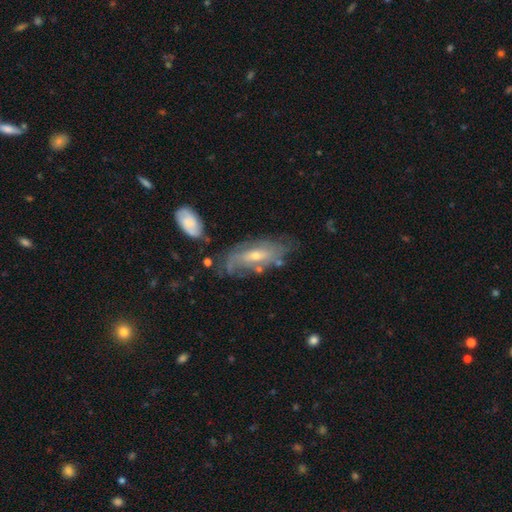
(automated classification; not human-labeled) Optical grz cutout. It shows a featured or disk galaxy (67%) with no bar (56%), spiral arms (72%) and a small central bulge (55%). Merging: none (60%).